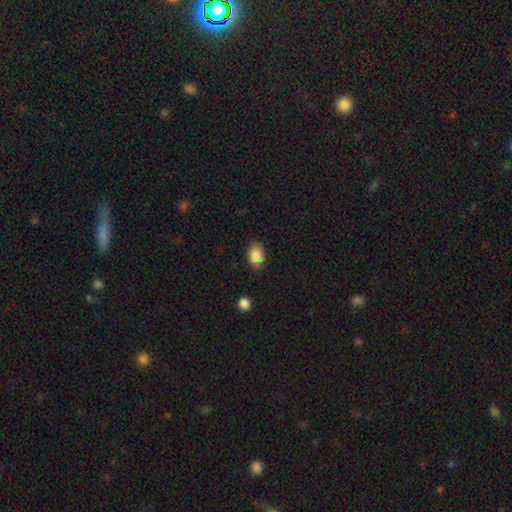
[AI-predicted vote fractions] Smooth or featured?
  - smooth: 86% *
  - star or artifact: 8%
  - featured or disk: 6%
How rounded?
  - in between: 81% *
  - round: 17%
  - cigar-shaped: 1%
Merging?
  - none: 83% *
  - minor disturbance: 13%
  - major disturbance: 3%
  - merger: 1%